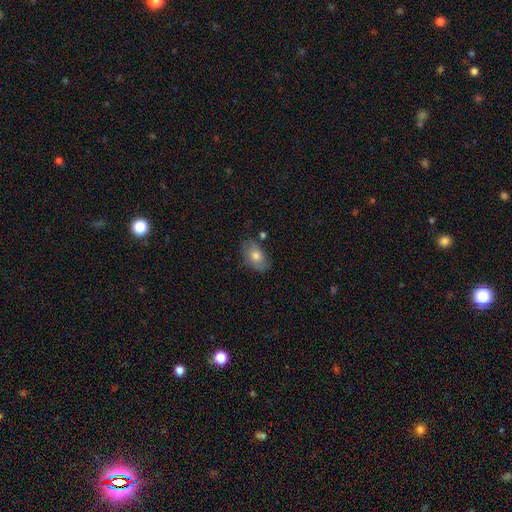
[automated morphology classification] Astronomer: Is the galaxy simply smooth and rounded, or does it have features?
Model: smooth — 74%.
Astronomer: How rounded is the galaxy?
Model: in between — 89%.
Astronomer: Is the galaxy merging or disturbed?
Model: none — 74%.